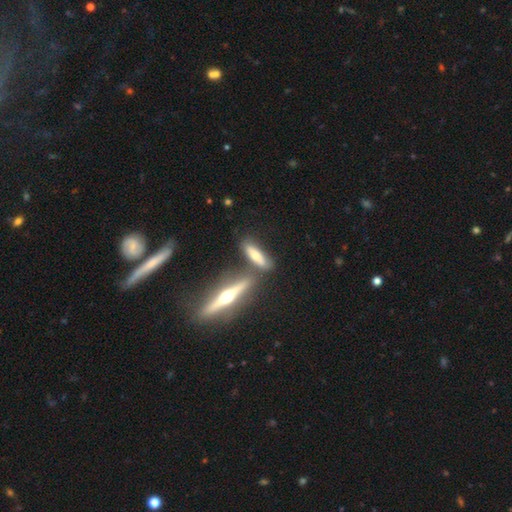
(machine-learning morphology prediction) Smooth or featured? smooth (51%)
How rounded? cigar-shaped (64%)
Merging? none (63%)